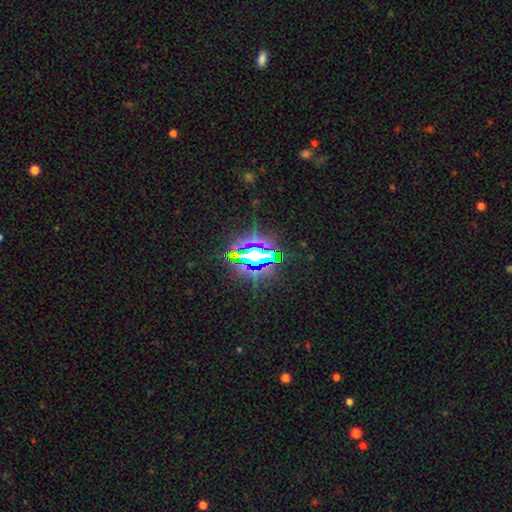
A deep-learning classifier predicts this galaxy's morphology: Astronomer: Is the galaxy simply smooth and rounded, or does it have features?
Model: star or artifact — 75%.